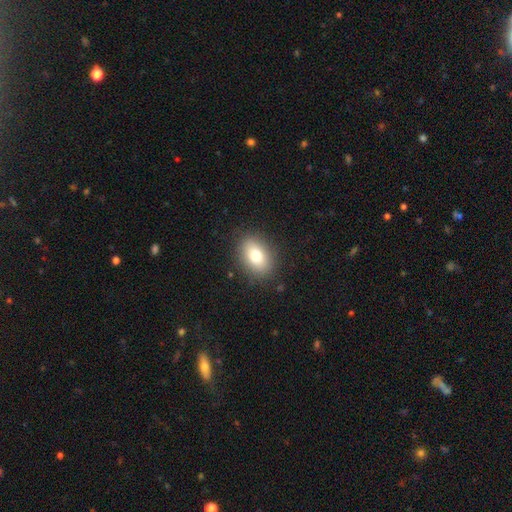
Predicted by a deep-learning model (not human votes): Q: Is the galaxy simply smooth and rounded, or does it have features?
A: smooth — 76%.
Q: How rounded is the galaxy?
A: in between — 76%.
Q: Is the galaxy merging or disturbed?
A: none — 86%.